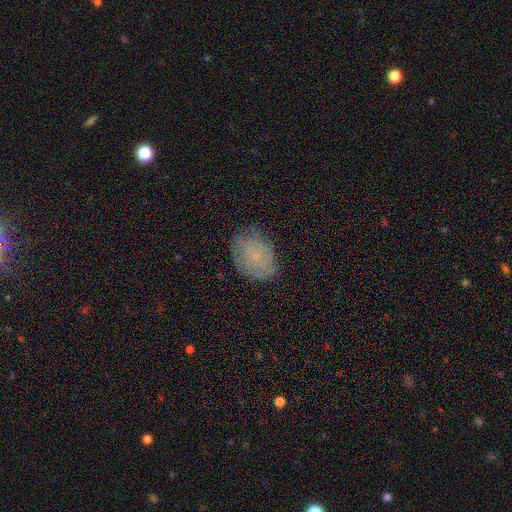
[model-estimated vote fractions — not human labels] Smooth or featured? featured or disk (49%)
Merging? none (75%)